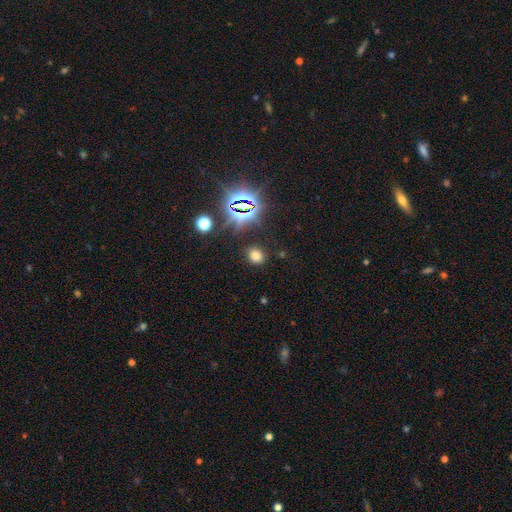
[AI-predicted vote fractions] smooth 67%, star or artifact 27%, featured or disk 7%. Down the decision tree: how rounded — round (62%); merging — none (86%).